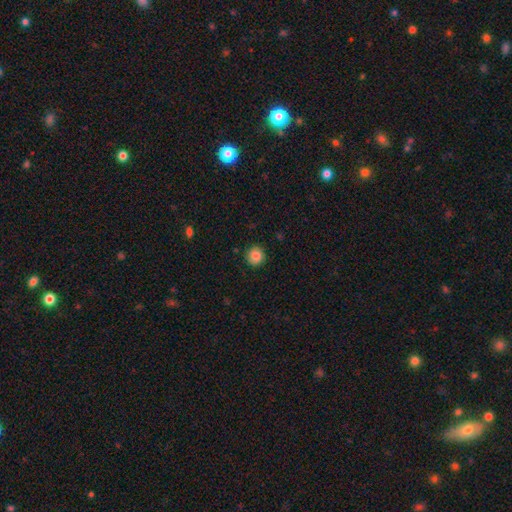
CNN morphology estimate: smooth 84%, star or artifact 9%, featured or disk 6%. Down the decision tree: how rounded — round (92%); merging — none (89%).